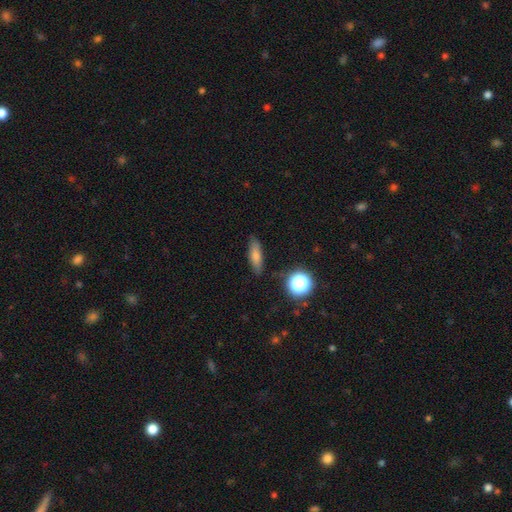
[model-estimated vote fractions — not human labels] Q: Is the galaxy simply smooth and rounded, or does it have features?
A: smooth — 73%.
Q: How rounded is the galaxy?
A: cigar-shaped — 53%.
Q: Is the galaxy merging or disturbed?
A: none — 84%.